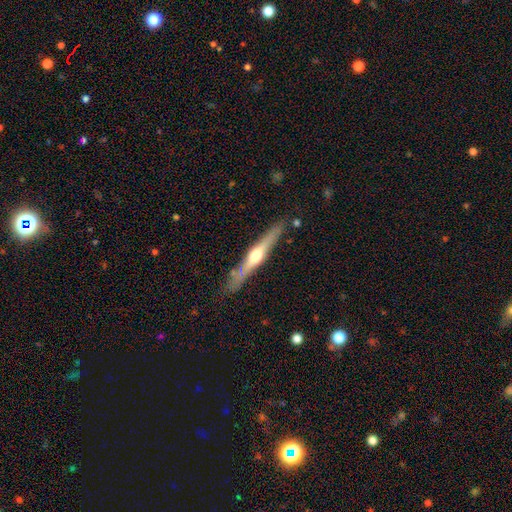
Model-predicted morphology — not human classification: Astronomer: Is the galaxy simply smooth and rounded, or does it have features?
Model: featured or disk — 67%.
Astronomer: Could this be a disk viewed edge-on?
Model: yes — 96%.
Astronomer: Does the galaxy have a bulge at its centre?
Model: rounded — 89%.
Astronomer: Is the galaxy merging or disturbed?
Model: none — 82%.